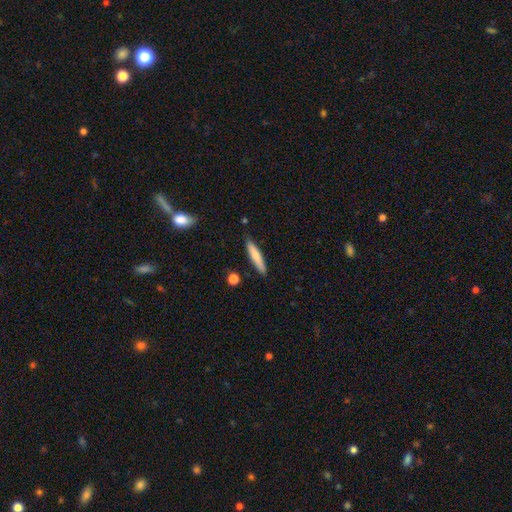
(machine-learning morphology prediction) smooth-or-featured: smooth: 71% | featured or disk: 23% | star or artifact: 6%
  how-rounded: cigar-shaped: 88% | in between: 11% | round: 1%
  merging: none: 86% | minor disturbance: 10% | merger: 2% | major disturbance: 2%